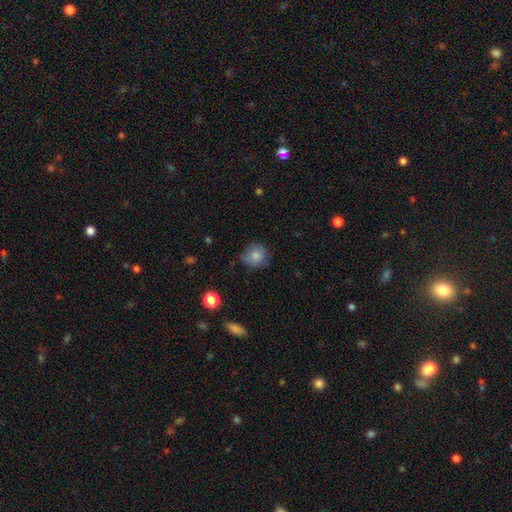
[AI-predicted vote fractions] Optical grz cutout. It shows a smooth galaxy with no disk features (81%) that is round (81%). Merging: none (68%).